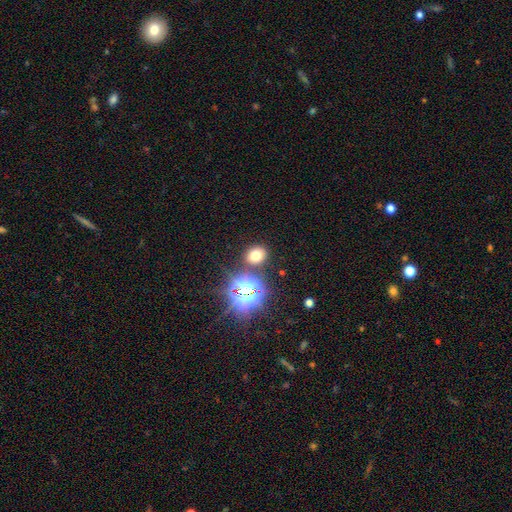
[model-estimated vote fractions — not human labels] Smooth or featured: smooth — 65% (star or artifact — 26%)
How rounded: round — 60% (in between — 39%)
Merging: none — 82% (minor disturbance — 8%)